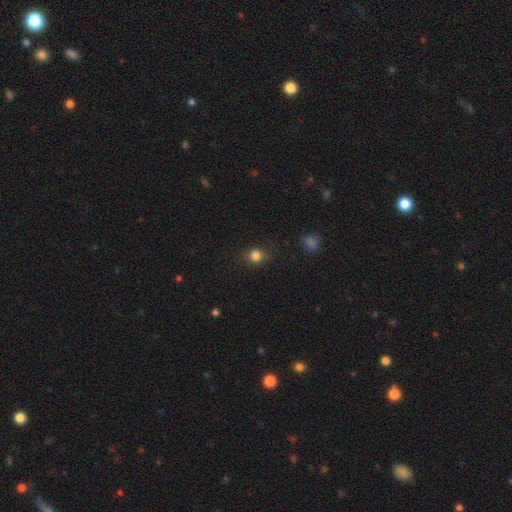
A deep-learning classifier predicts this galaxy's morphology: Smooth or featured?
  - smooth: 82% *
  - star or artifact: 13%
  - featured or disk: 5%
How rounded?
  - round: 85% *
  - in between: 14%
  - cigar-shaped: 1%
Merging?
  - none: 85% *
  - minor disturbance: 10%
  - major disturbance: 3%
  - merger: 1%